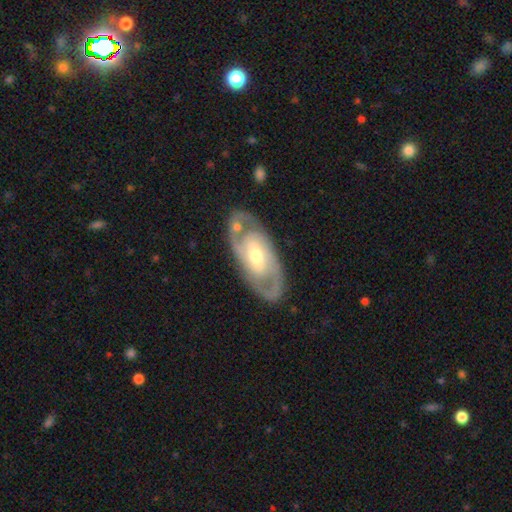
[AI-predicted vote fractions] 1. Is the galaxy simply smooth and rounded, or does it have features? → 84% featured or disk, 12% smooth, 4% star or artifact.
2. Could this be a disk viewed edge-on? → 93% no, 7% yes.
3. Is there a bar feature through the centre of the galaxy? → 45% weak, 33% no, 22% strong.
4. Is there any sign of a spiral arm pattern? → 91% yes, 9% no.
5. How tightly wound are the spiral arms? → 50% tight, 40% medium, 9% loose.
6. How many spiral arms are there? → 77% 2, 12% can't tell, 5% 3, 2% 1, 2% 4, 1% more than 4.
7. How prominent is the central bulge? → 59% moderate, 34% small, 5% large, 1% none, 1% dominant.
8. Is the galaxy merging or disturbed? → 77% none, 14% minor disturbance, 5% major disturbance, 4% merger.